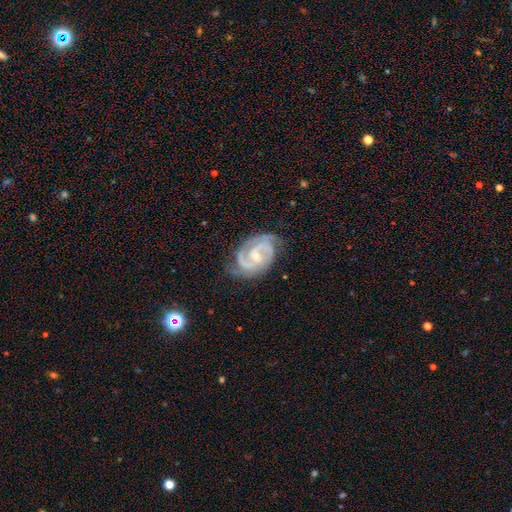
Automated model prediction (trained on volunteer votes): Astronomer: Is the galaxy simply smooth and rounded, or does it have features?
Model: featured or disk — 92%.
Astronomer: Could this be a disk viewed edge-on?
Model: no — 98%.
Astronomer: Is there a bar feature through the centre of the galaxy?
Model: weak — 45% (runner-up: no, 41%).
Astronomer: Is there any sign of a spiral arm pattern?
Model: yes — 99%.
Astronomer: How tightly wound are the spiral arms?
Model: tight — 54% (runner-up: medium, 41%).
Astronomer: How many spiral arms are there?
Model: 2 — 71%.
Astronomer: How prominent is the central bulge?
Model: small — 63%.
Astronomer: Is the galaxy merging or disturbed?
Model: none — 75%.